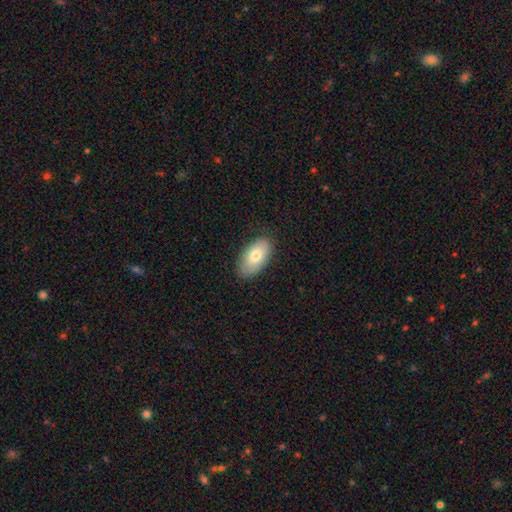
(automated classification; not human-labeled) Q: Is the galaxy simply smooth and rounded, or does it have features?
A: smooth — 75%.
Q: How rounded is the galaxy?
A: in between — 94%.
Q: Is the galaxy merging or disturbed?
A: none — 83%.